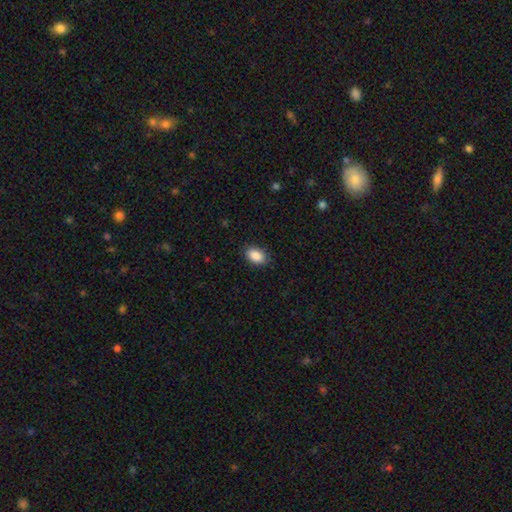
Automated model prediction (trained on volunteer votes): This is clearly a smooth galaxy (89%). How rounded: clearly in between (90%). Merging: clearly none (87%).